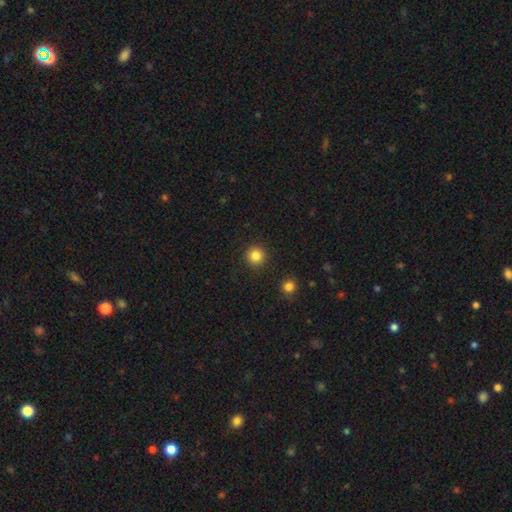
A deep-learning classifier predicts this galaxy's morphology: smooth-or-featured: smooth: 84% | star or artifact: 11% | featured or disk: 5%
  how-rounded: round: 95% | in between: 4% | cigar-shaped: 1%
  merging: none: 91% | minor disturbance: 5% | major disturbance: 2% | merger: 2%